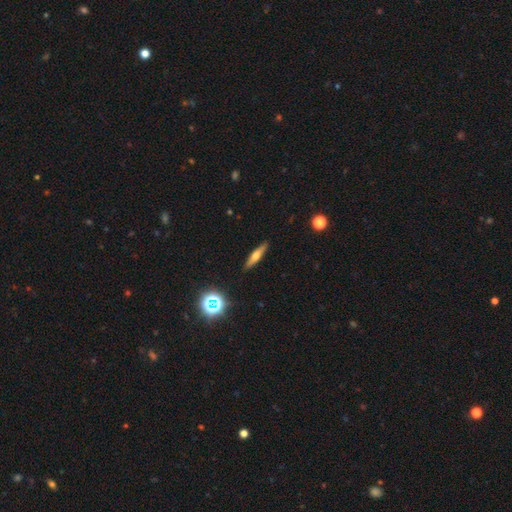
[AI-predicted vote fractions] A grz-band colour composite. It shows a featured or disk galaxy (45%, tied with smooth). Merging: none (90%).